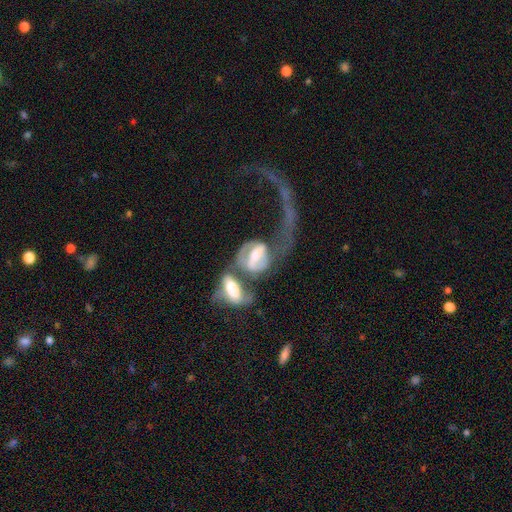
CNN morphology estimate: Overall: featured or disk (69%). Edge-on disk: no (92%). Bar: no (38%; weak 35%). Spiral arms: yes (71%). Bulge size: moderate (44%; small 27%). Merging: merger (63%; major disturbance 25%).